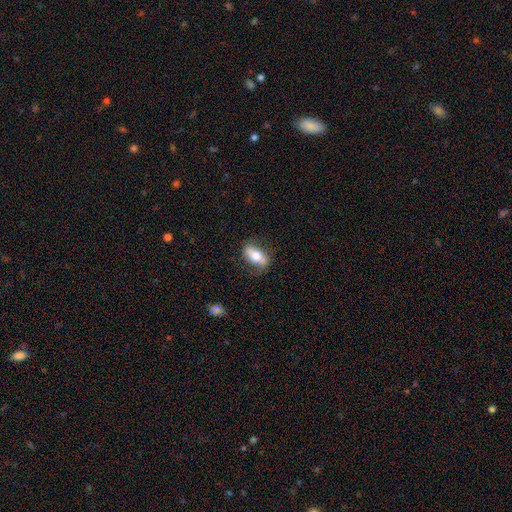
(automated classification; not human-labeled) The model was most divided on "smooth or featured": smooth: 59%, featured or disk: 34%, star or artifact: 7%. More confident: how rounded — in between (85%); merging — none (73%).